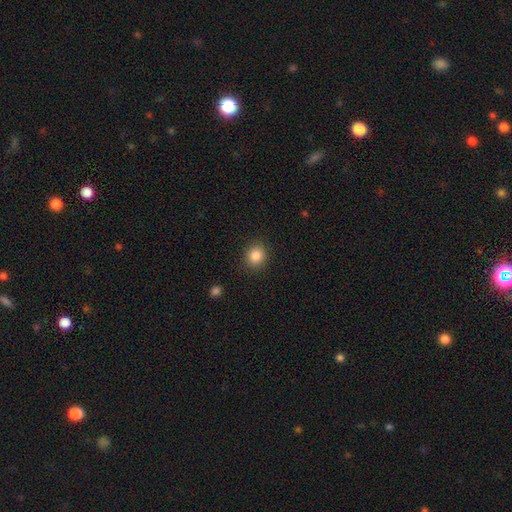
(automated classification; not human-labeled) Morphology: type=smooth (86%); roundness=round (80%); merging=none (89%).